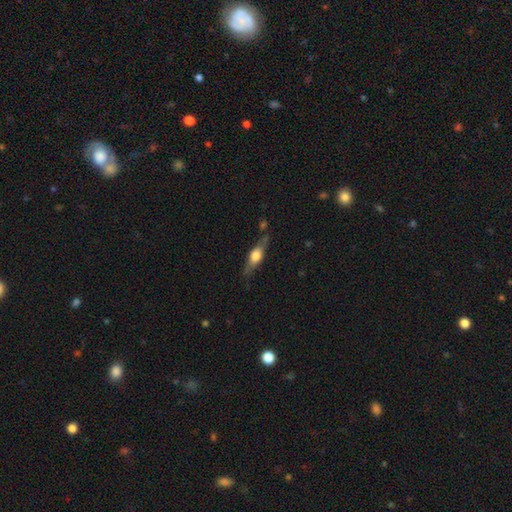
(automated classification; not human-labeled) Overall: featured or disk (52%; smooth 42%). Edge-on disk: yes (87%). Merging: none (72%).